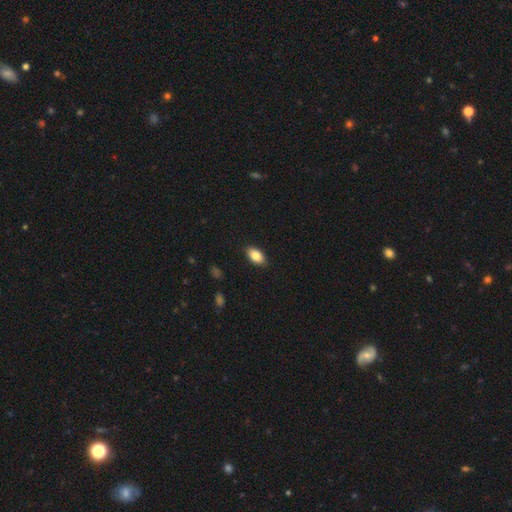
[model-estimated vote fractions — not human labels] This appears to be a smooth galaxy with no disk features (84%) that is in between round and cigar-shaped (92%). Merging: none (89%).